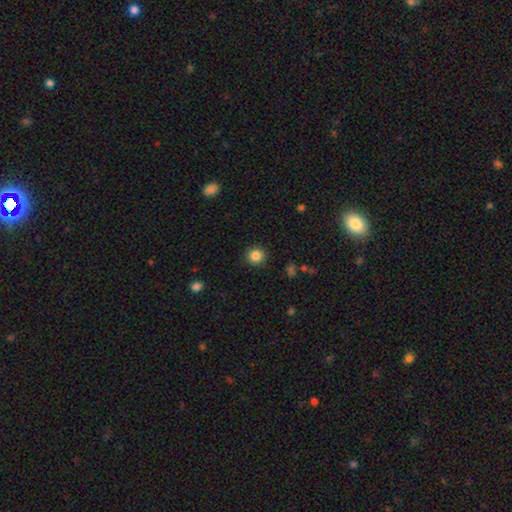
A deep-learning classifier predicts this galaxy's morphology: A smooth galaxy with no disk features (85%) that is round (92%).

Vote fractions:
- Smooth or featured? smooth: 85% / star or artifact: 11% / featured or disk: 5%
- How rounded? round: 92% / in between: 7% / cigar-shaped: 1%
- Merging? none: 91% / minor disturbance: 6% / major disturbance: 2% / merger: 1%